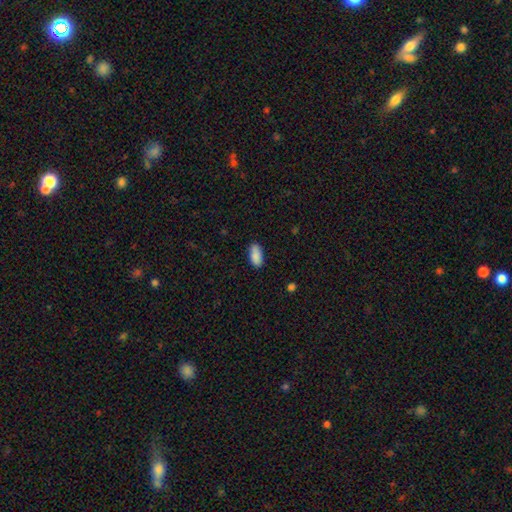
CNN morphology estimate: Smooth or featured? smooth (89%)
How rounded? in between (90%)
Merging? none (85%)